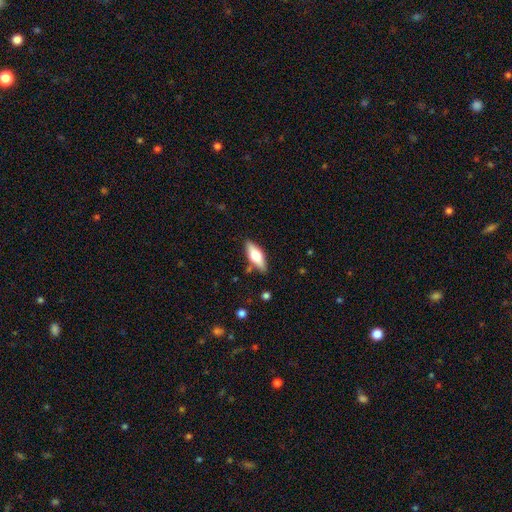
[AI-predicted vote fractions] smooth_or_featured: smooth (p=0.60) [alt: featured or disk p=0.34]
how_rounded: in between (p=0.67) [alt: cigar-shaped p=0.31]
merging: none (p=0.83) [alt: minor disturbance p=0.12]